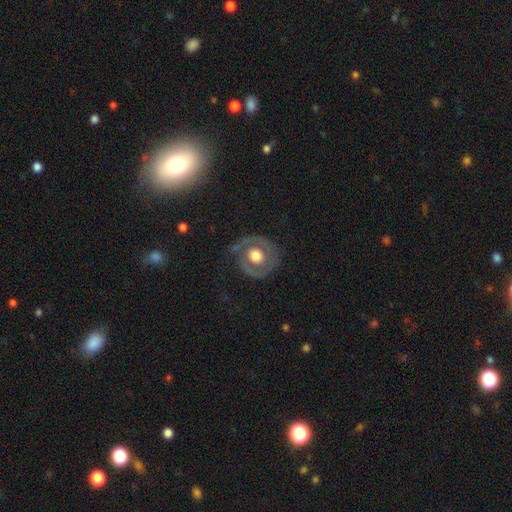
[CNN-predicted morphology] Q: Smooth or featured?
A: featured or disk (62%); runner-up: smooth (32%)
Q: Edge-on disk?
A: no (95%); runner-up: yes (5%)
Q: Bar?
A: no (86%); runner-up: weak (11%)
Q: Spiral arms?
A: no (58%); runner-up: yes (42%)
Q: Bulge size?
A: large (51%); runner-up: moderate (38%)
Q: Merging?
A: none (72%); runner-up: minor disturbance (17%)